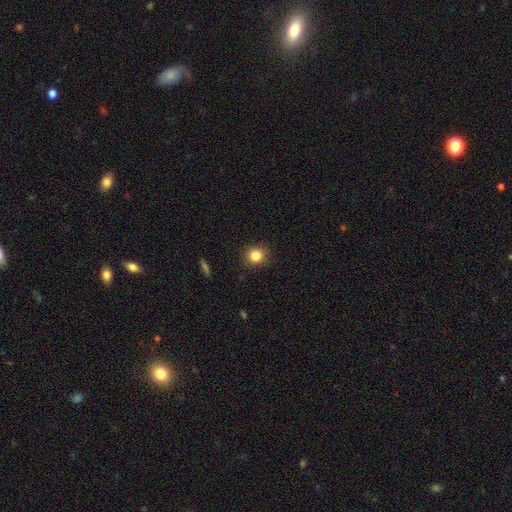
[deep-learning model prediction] smooth-or-featured: smooth: 85% | star or artifact: 10% | featured or disk: 5%
  how-rounded: round: 86% | in between: 13% | cigar-shaped: 1%
  merging: none: 87% | minor disturbance: 9% | major disturbance: 3% | merger: 1%